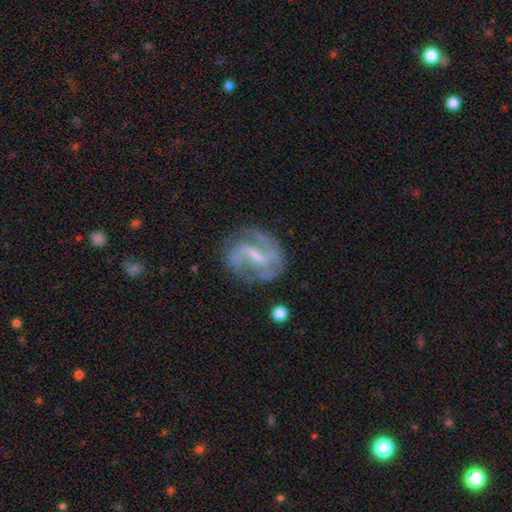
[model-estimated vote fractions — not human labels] featured or disk 83%, smooth 11%, star or artifact 6%. Down the decision tree: edge-on disk — no (97%); bar — weak (48%); spiral arms — yes (92%); spiral arm count — 2 (67%); spiral winding — medium (48%); bulge size — small (44%); merging — none (64%).